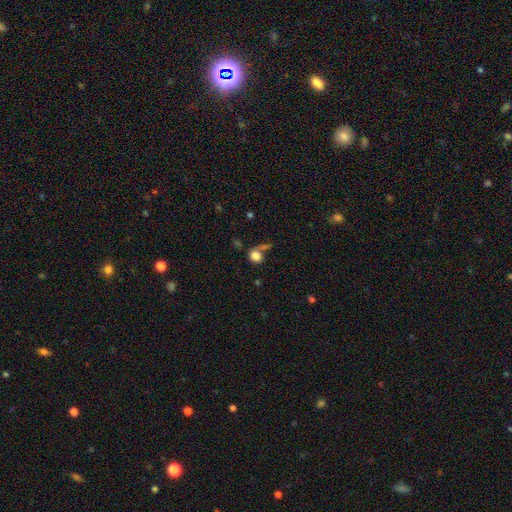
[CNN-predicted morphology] Overall: smooth (81%). How rounded: round (68%; in between 31%). Merging: none (48%; merger 22%).